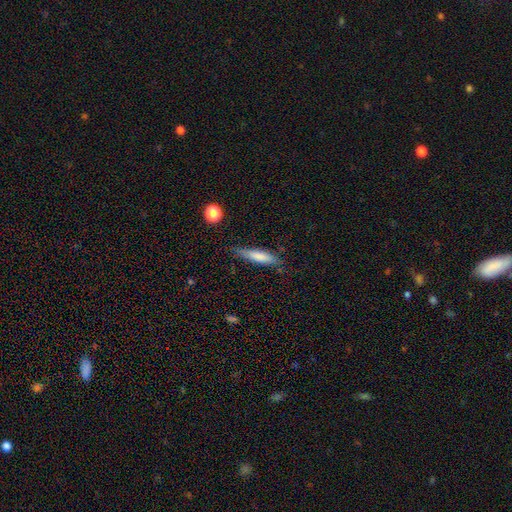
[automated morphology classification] The model was most divided on "smooth or featured": smooth: 69%, featured or disk: 24%, star or artifact: 7%. More confident: how rounded — cigar-shaped (83%); merging — none (76%).